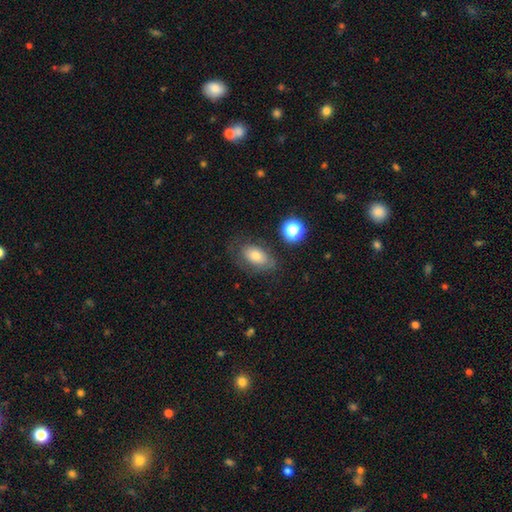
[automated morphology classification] This is likely a smooth galaxy (66%). How rounded: clearly in between (88%). Merging: likely none (66%).